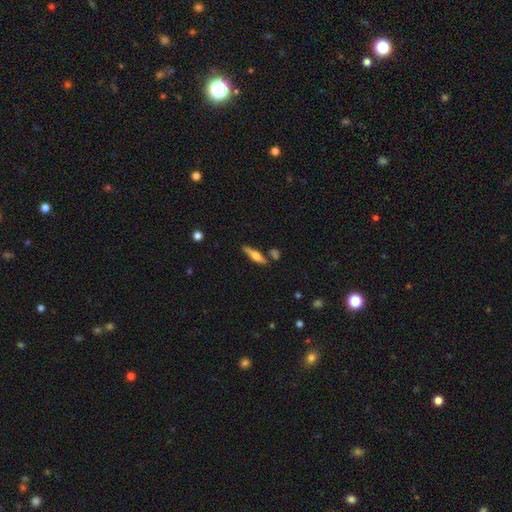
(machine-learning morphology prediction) A featured or disk galaxy (56%) viewed edge-on (95%) with a rounded central bulge (89%). Merging: none (78%).